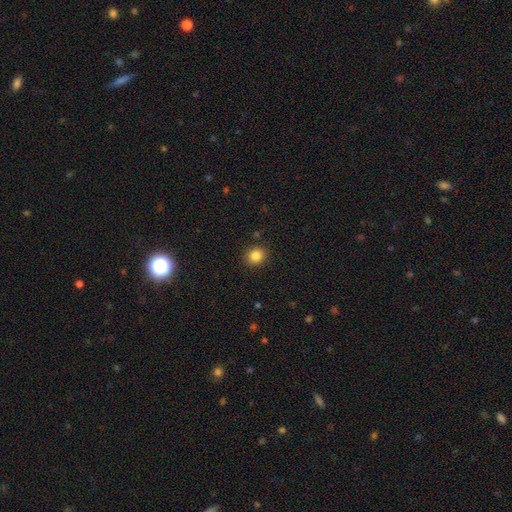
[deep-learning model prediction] smooth 84%, star or artifact 11%, featured or disk 5%. Down the decision tree: how rounded — round (80%); merging — none (89%).